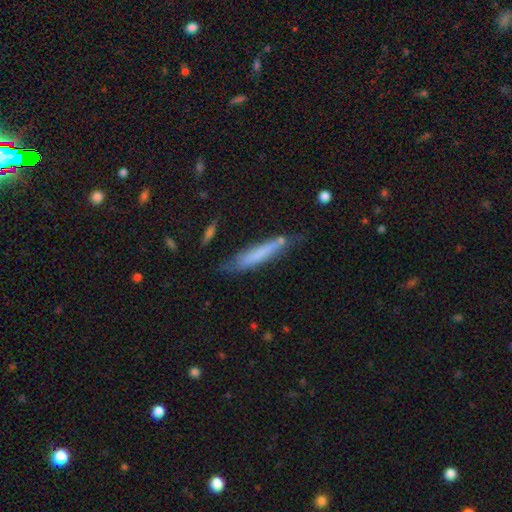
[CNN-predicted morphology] Overall: smooth (66%; featured or disk 28%). How rounded: cigar-shaped (91%). Merging: none (61%; minor disturbance 28%).